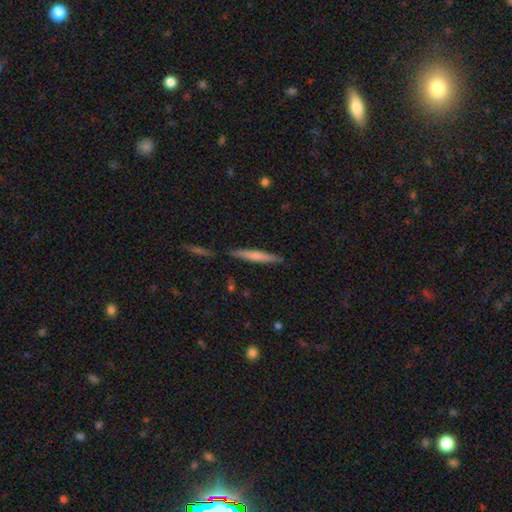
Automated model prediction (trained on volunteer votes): Morphology: type=smooth (63%); roundness=cigar-shaped (94%); merging=none (86%).